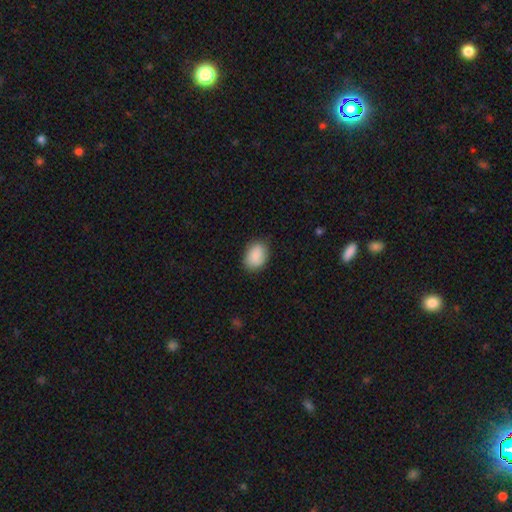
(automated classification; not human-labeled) smooth-or-featured: smooth: 88% | star or artifact: 6% | featured or disk: 6%
  how-rounded: in between: 79% | round: 20% | cigar-shaped: 1%
  merging: none: 80% | minor disturbance: 16% | major disturbance: 3% | merger: 1%